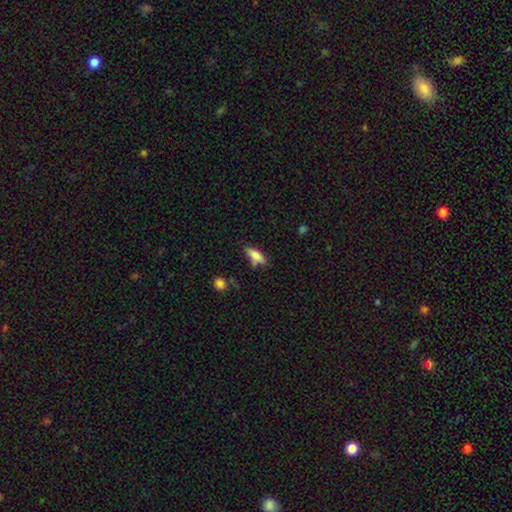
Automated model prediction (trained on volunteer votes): A smooth galaxy with no disk features (75%) that is in between round and cigar-shaped (63%).

Vote fractions:
- Smooth or featured? smooth: 75% / featured or disk: 17% / star or artifact: 9%
- How rounded? in between: 63% / cigar-shaped: 34% / round: 3%
- Merging? none: 61% / minor disturbance: 24% / major disturbance: 7% / merger: 7%